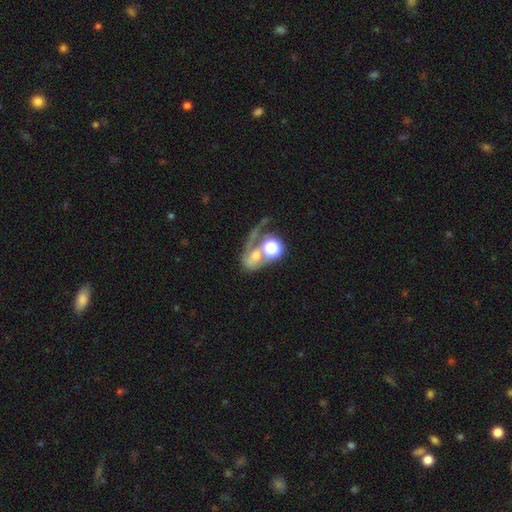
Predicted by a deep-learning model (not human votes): This is possibly a featured or disk galaxy (45%). Merging: marginally merger (44%).